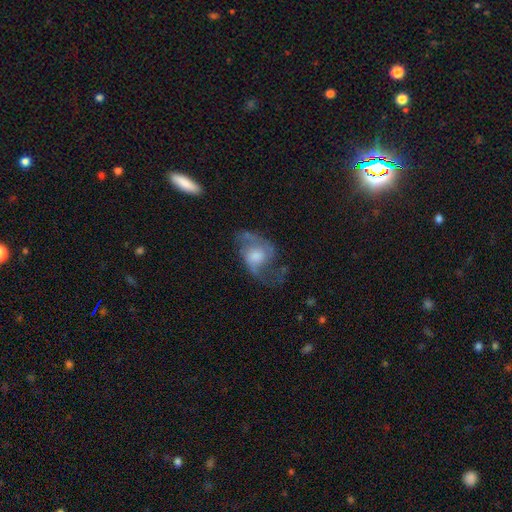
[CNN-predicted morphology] type=featured or disk (76%); edge-on=no (97%); bar=no (64%); spiral arms=yes (89%); winding=loose (45%); arm count=2 (81%); bulge=moderate (40%); merging=none (50%).